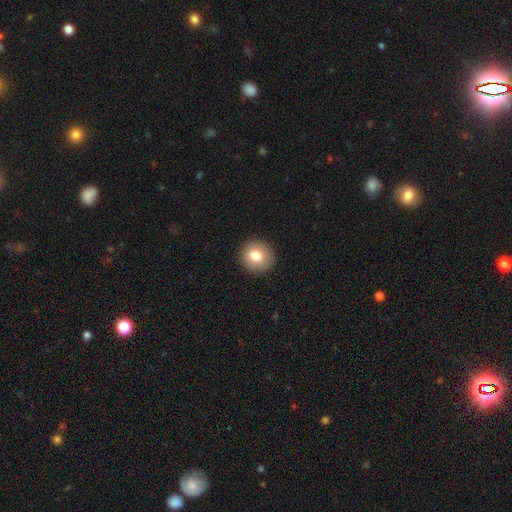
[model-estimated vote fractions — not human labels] Q: Smooth or featured?
A: smooth (81%); runner-up: featured or disk (10%)
Q: How rounded?
A: round (91%); runner-up: in between (8%)
Q: Merging?
A: none (92%); runner-up: minor disturbance (6%)